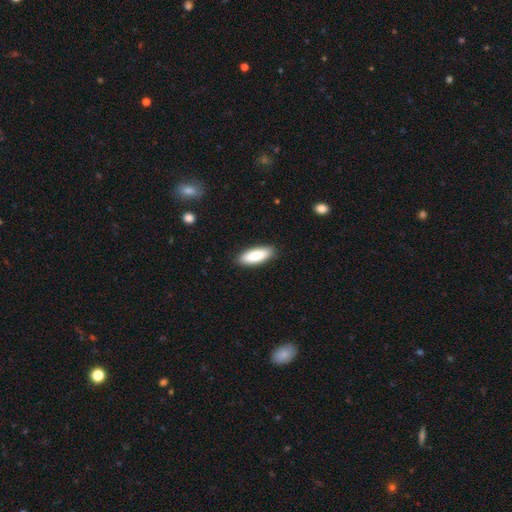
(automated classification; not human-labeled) A smooth galaxy with no disk features (86%) that is in between round and cigar-shaped (69%).

Vote fractions:
- Smooth or featured? smooth: 86% / featured or disk: 9% / star or artifact: 5%
- How rounded? in between: 69% / cigar-shaped: 29% / round: 2%
- Merging? none: 89% / minor disturbance: 8% / major disturbance: 2% / merger: 1%